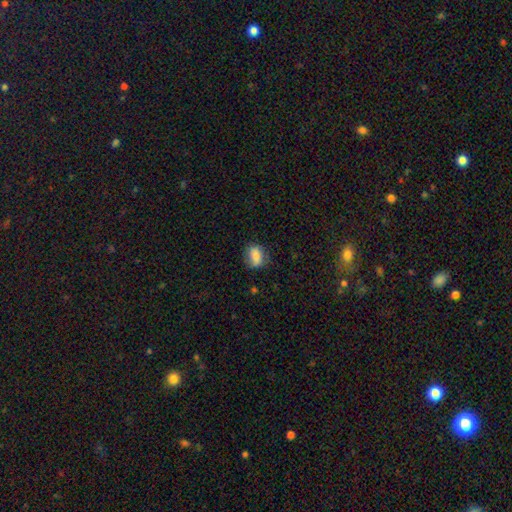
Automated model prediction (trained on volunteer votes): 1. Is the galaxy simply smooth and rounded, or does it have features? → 75% smooth, 16% featured or disk, 8% star or artifact.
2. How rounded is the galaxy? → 68% in between, 29% round, 3% cigar-shaped.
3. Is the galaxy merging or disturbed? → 74% none, 20% minor disturbance, 5% major disturbance, 1% merger.